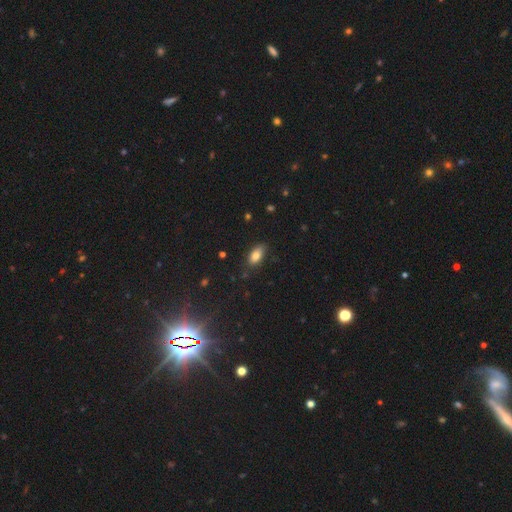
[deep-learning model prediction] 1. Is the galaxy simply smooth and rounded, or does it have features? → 80% smooth, 11% featured or disk, 9% star or artifact.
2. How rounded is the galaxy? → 88% in between, 8% cigar-shaped, 4% round.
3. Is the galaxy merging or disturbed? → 81% none, 15% minor disturbance, 3% major disturbance, 1% merger.